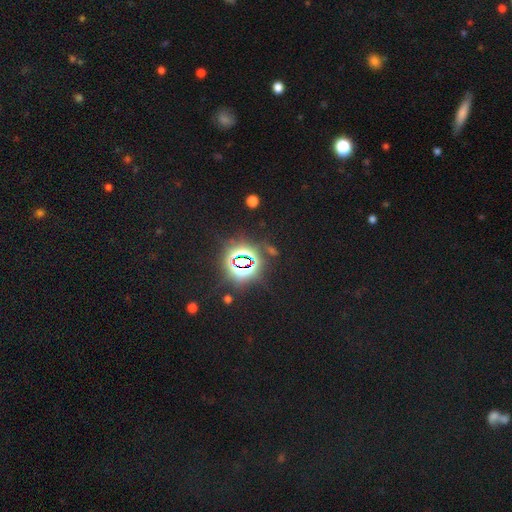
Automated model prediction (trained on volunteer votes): Smooth or featured?
  - star or artifact: 80% *
  - smooth: 12%
  - featured or disk: 7%